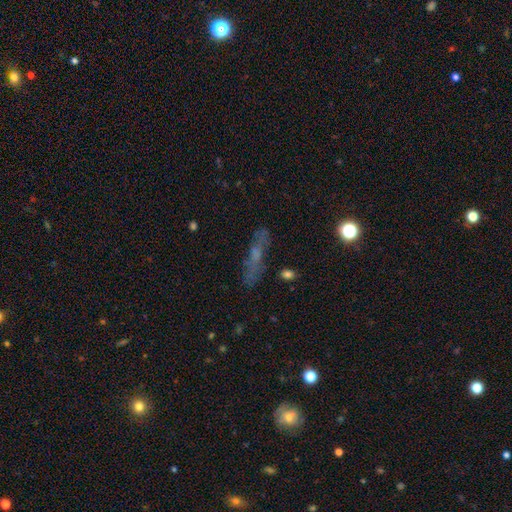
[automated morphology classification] Q: Smooth or featured?
A: featured or disk (47%); runner-up: smooth (36%)
Q: Merging?
A: none (74%); runner-up: minor disturbance (16%)